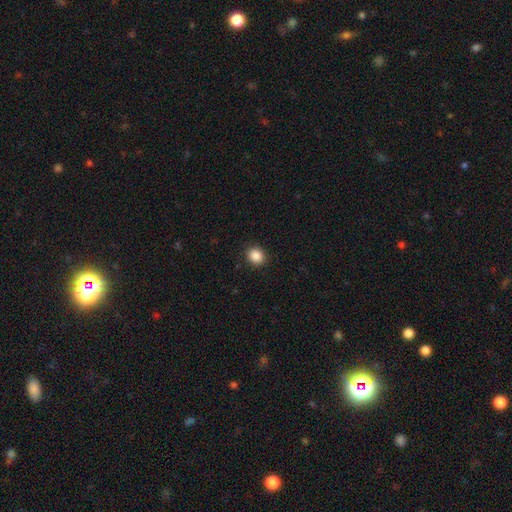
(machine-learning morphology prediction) smooth-or-featured: smooth: 88% | star or artifact: 9% | featured or disk: 3%
  how-rounded: round: 73% | in between: 26% | cigar-shaped: 1%
  merging: none: 90% | minor disturbance: 7% | major disturbance: 2% | merger: 1%